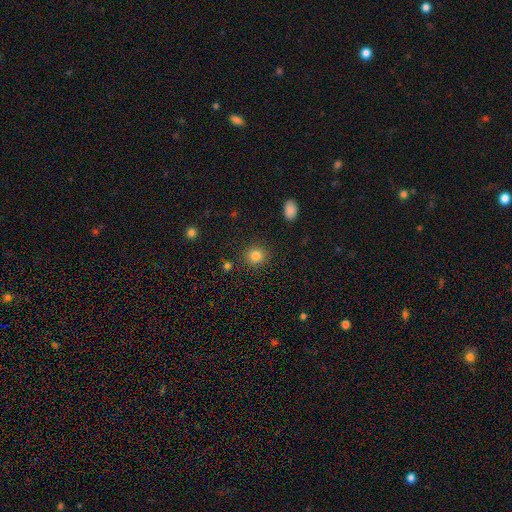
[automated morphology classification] Smooth or featured? smooth (84%)
How rounded? round (87%)
Merging? none (88%)